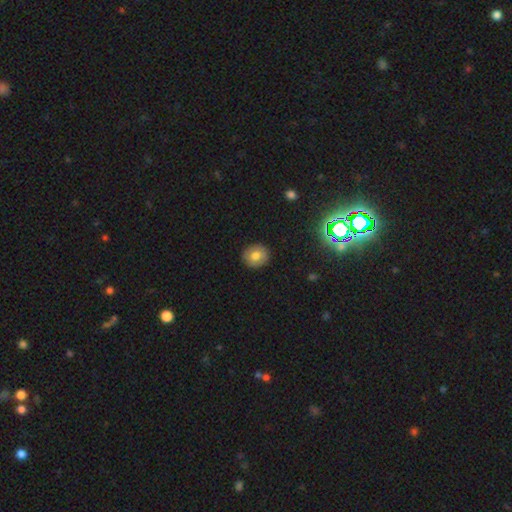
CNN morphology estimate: This is likely a smooth galaxy (75%). How rounded: clearly round (81%). Merging: clearly none (90%).